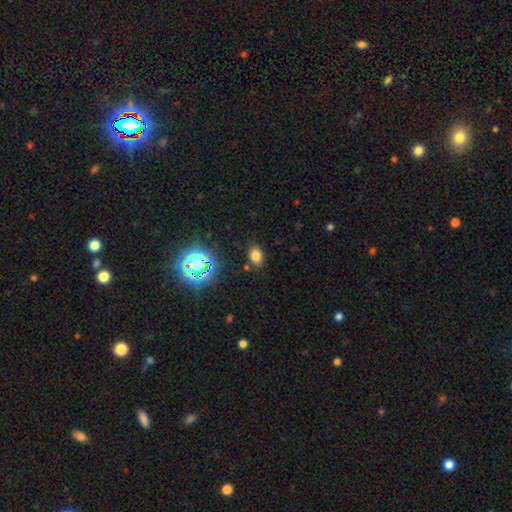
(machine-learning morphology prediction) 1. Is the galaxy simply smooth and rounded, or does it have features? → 74% smooth, 20% star or artifact, 6% featured or disk.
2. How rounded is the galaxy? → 65% in between, 34% round, 1% cigar-shaped.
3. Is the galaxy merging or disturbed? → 84% none, 10% minor disturbance, 3% major disturbance, 2% merger.